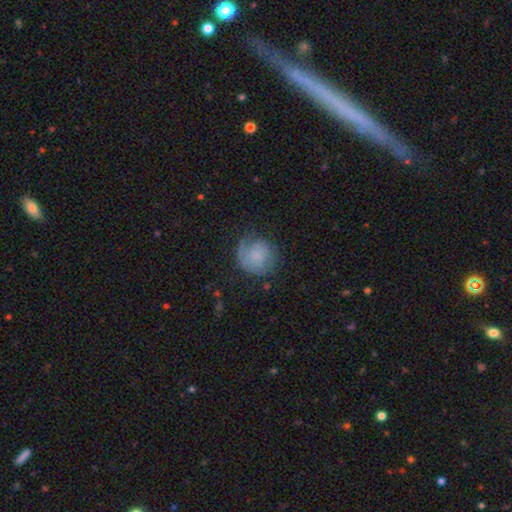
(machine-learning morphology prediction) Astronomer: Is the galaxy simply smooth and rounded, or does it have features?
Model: smooth — 53% (runner-up: featured or disk, 39%).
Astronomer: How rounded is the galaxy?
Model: round — 85%.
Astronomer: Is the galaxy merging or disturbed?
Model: none — 59%.